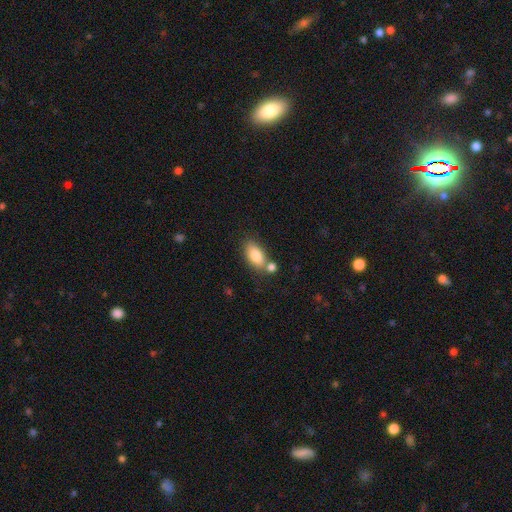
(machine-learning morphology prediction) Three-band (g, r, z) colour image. It shows a smooth galaxy with no disk features (82%) that is in between round and cigar-shaped (89%). Merging: none (59%).